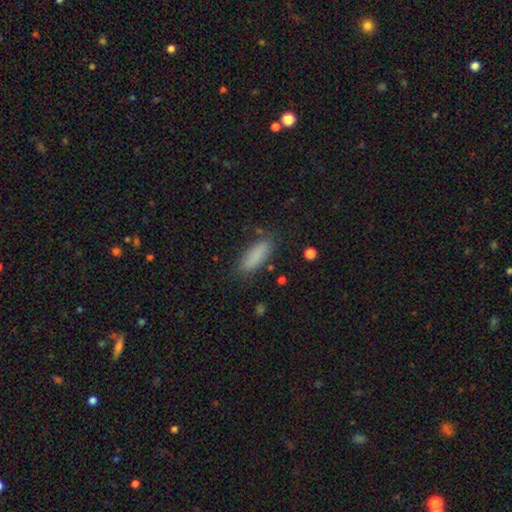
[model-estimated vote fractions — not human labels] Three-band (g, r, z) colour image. It shows a smooth galaxy with no disk features (87%) that is in between round and cigar-shaped (62%). Merging: none (82%).